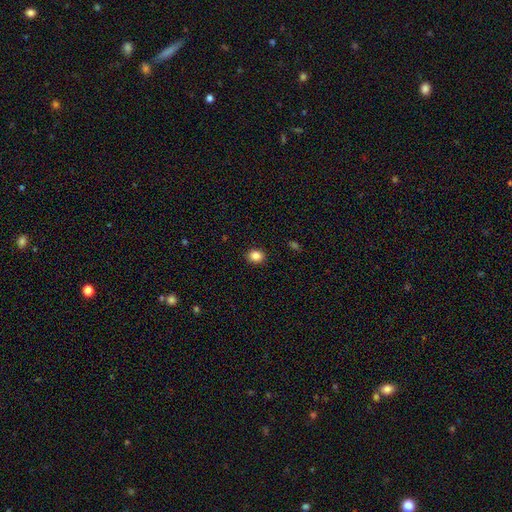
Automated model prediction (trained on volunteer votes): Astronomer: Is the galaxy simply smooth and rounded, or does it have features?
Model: smooth — 86%.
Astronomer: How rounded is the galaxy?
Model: round — 67%.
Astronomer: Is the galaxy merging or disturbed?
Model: none — 91%.